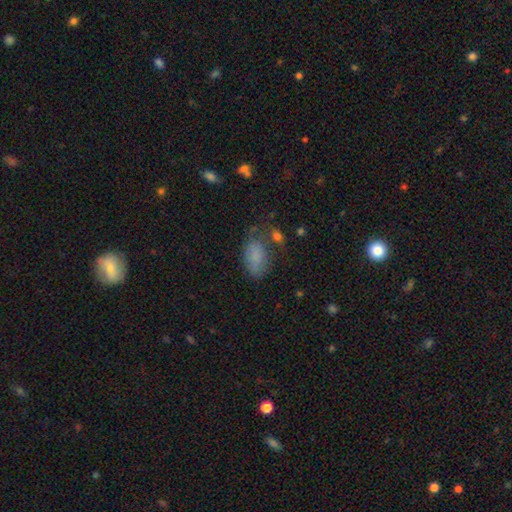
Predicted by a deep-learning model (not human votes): Overall: smooth (81%). How rounded: in between (92%). Merging: none (59%; minor disturbance 25%).